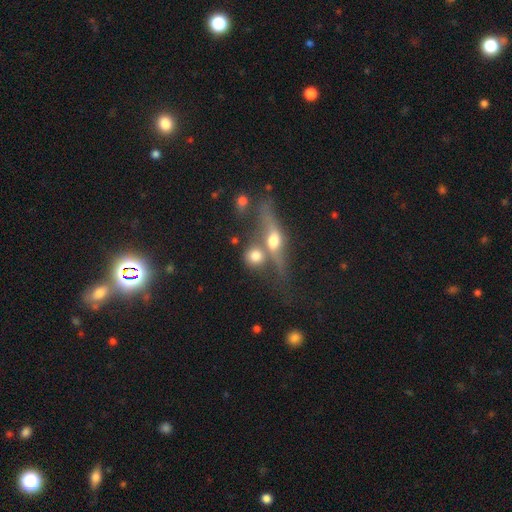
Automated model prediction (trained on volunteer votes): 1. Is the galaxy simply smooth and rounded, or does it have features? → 63% smooth, 26% featured or disk, 11% star or artifact.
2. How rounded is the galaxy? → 65% round, 27% in between, 8% cigar-shaped.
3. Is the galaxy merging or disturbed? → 50% merger, 31% none, 10% minor disturbance, 9% major disturbance.